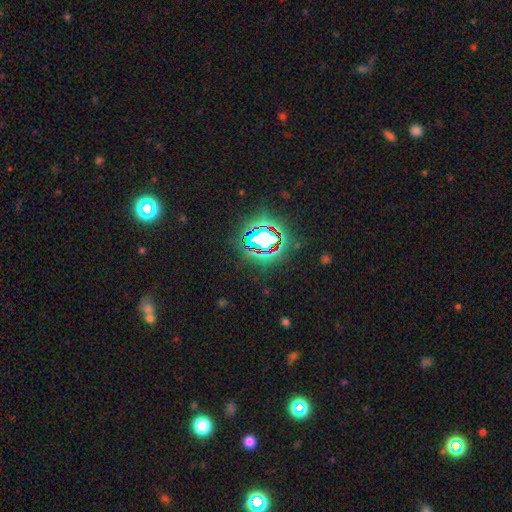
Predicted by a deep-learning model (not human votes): Smooth or featured? star or artifact (81%)